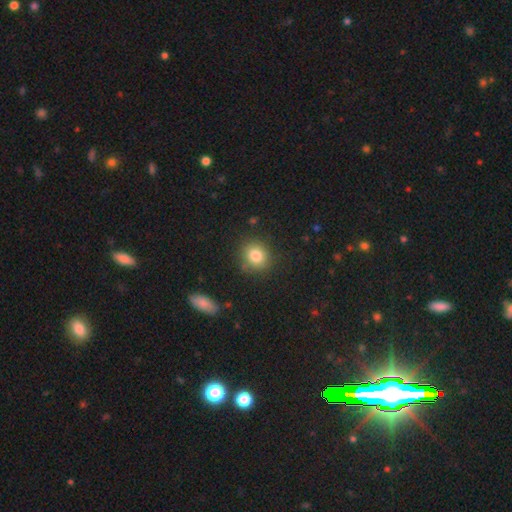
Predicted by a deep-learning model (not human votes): smooth_or_featured: smooth (p=0.82) [alt: star or artifact p=0.11]
how_rounded: round (p=0.81) [alt: in between p=0.18]
merging: none (p=0.84) [alt: minor disturbance p=0.11]